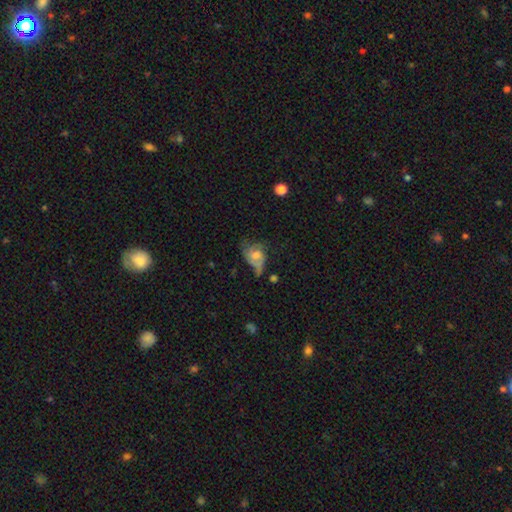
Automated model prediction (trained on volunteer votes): This appears to be a featured or disk galaxy (56%) with no bar (73%), spiral arms (73%) and a moderate central bulge (58%). Merging: major disturbance (37%).